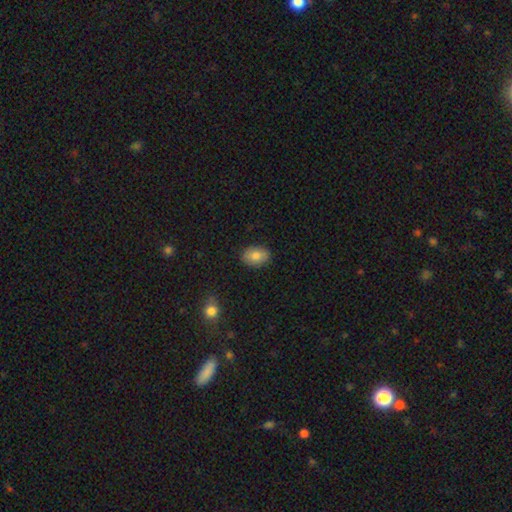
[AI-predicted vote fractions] A smooth galaxy with no disk features (82%) that is in between round and cigar-shaped (79%). Merging: none (87%).